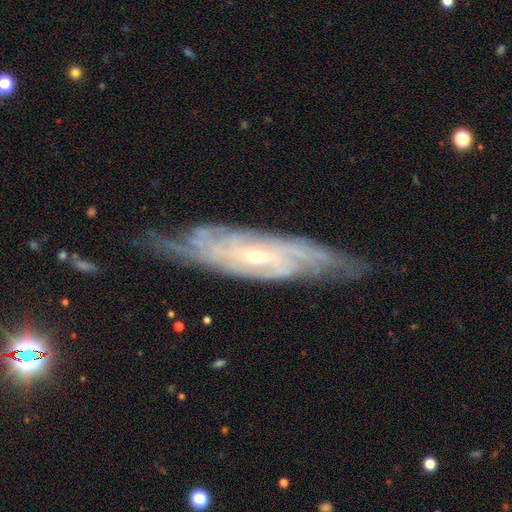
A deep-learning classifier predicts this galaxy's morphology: Smooth or featured? featured or disk (86%)
Edge-on disk? no (77%)
Bar? no (51%)
Spiral arms? yes (96%)
Spiral winding? tight (69%)
Spiral arm count? can't tell (44%)
Bulge size? small (65%)
Merging? none (72%)